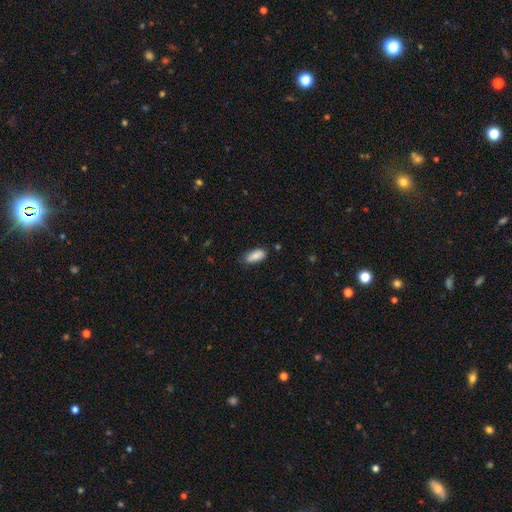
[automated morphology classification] Q: Smooth or featured?
A: smooth (82%); runner-up: featured or disk (11%)
Q: How rounded?
A: in between (85%); runner-up: cigar-shaped (13%)
Q: Merging?
A: none (71%); runner-up: minor disturbance (23%)